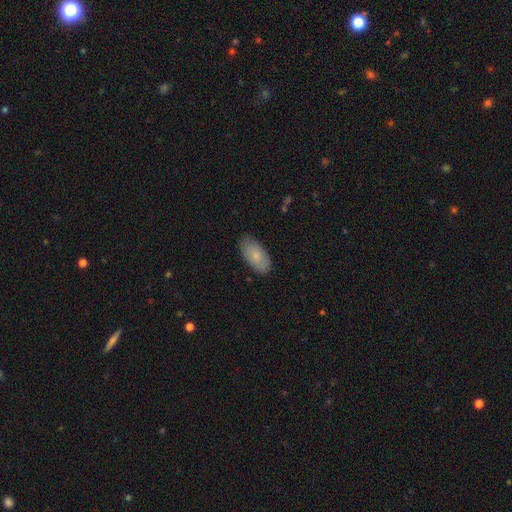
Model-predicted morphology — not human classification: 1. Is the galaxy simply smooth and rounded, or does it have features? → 77% smooth, 17% featured or disk, 6% star or artifact.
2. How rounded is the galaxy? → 94% in between, 4% cigar-shaped, 2% round.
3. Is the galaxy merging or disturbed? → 83% none, 14% minor disturbance, 2% major disturbance, 1% merger.